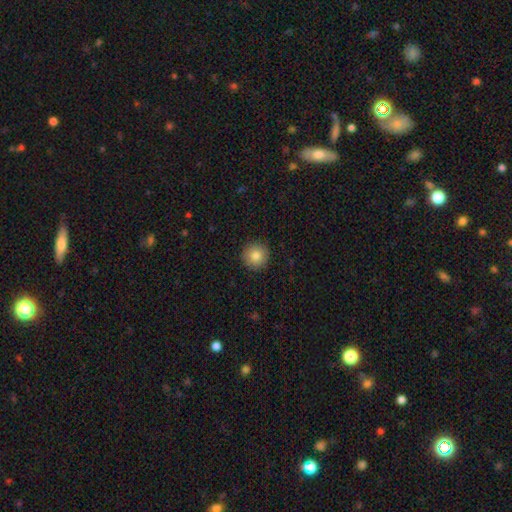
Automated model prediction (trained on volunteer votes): Smooth or featured? smooth (84%)
How rounded? round (95%)
Merging? none (92%)